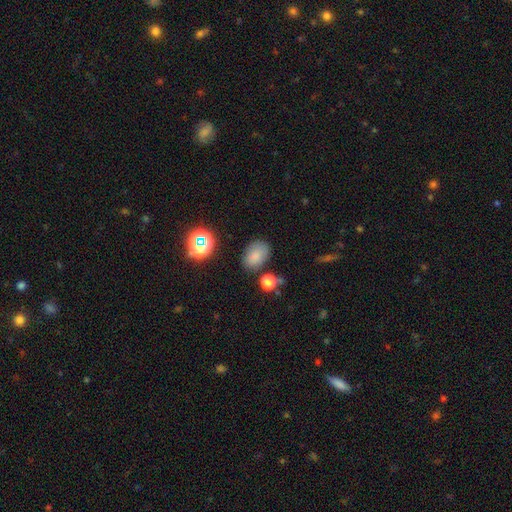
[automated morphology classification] This appears to be a smooth galaxy with no disk features (80%) that is in between round and cigar-shaped (82%). Merging: none (75%).